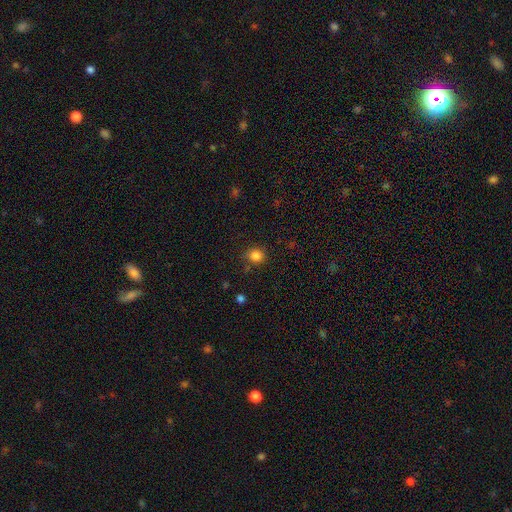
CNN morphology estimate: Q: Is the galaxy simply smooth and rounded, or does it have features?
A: smooth — 84%.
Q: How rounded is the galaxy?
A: round — 83%.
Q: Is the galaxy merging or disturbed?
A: none — 81%.